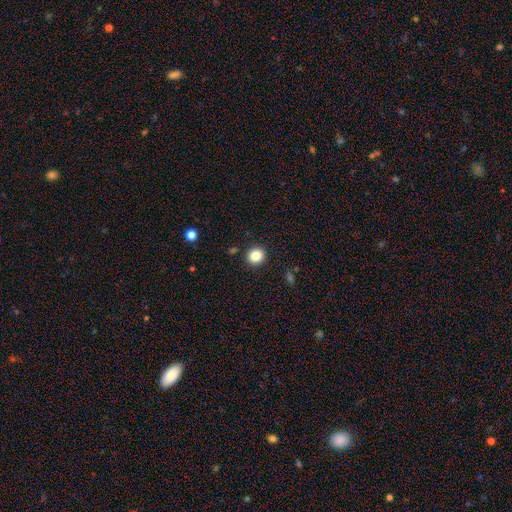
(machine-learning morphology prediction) Smooth or featured? smooth (84%)
How rounded? round (87%)
Merging? none (91%)